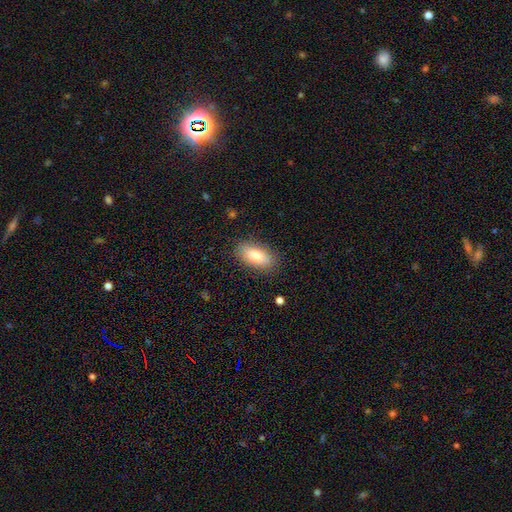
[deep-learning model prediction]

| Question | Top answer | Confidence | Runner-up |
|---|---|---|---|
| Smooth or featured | smooth | 80% | featured or disk (13%) |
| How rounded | in between | 88% | cigar-shaped (9%) |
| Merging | none | 85% | minor disturbance (11%) |